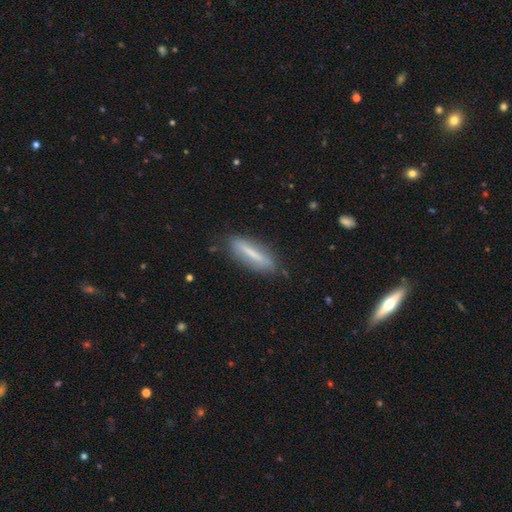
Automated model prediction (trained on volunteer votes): Smooth or featured? smooth (53%)
How rounded? cigar-shaped (80%)
Merging? none (81%)